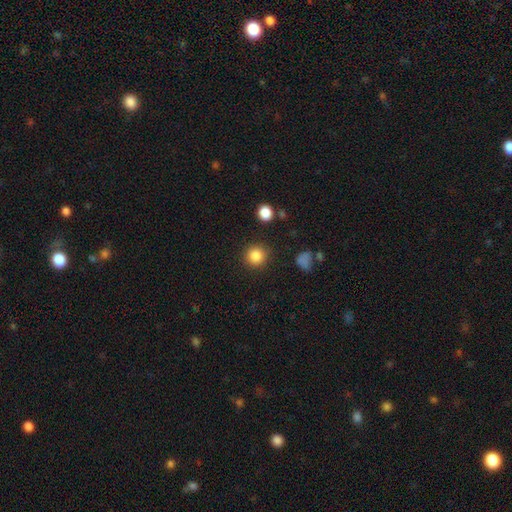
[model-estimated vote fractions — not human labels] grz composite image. It shows a smooth galaxy with no disk features (85%) that is round (94%). Merging: none (89%).